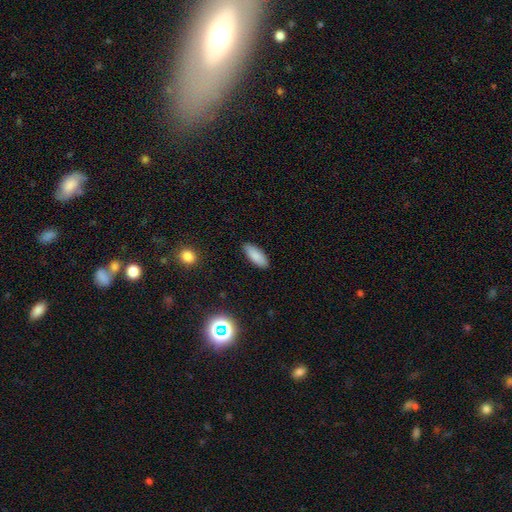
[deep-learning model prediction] Smooth or featured? smooth (86%)
How rounded? in between (79%)
Merging? none (88%)